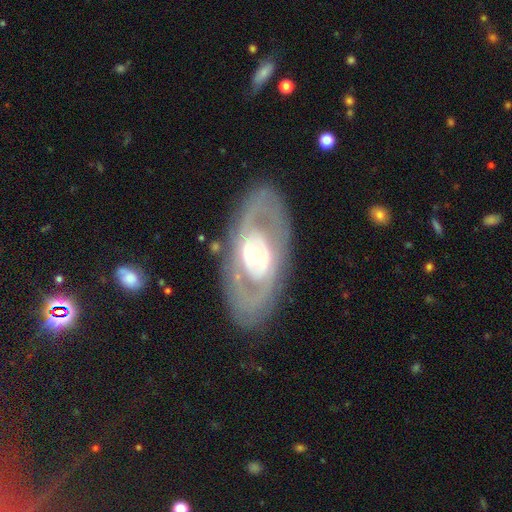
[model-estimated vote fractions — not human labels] smooth-or-featured: featured or disk: 80% | smooth: 15% | star or artifact: 5%
  disk-edge-on: no: 91% | yes: 9%
    bar: no: 54% | weak: 30% | strong: 16%
    has-spiral-arms: yes: 67% | no: 33%
    bulge-size: moderate: 63% | small: 19% | large: 15% | dominant: 2% | none: 1%
  merging: none: 82% | minor disturbance: 11% | major disturbance: 6% | merger: 2%